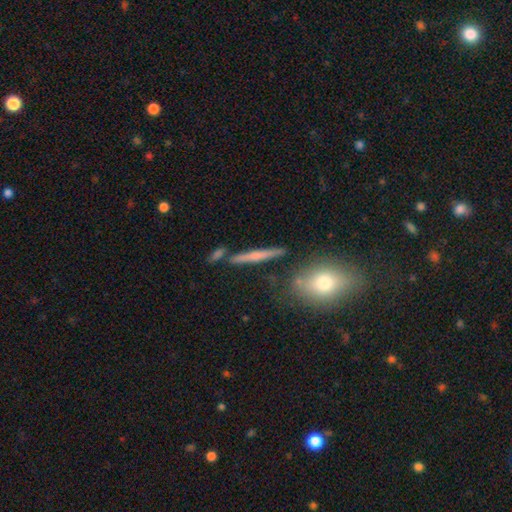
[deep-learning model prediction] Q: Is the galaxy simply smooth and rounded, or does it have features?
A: featured or disk — 49%.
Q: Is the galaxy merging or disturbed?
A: none — 81%.